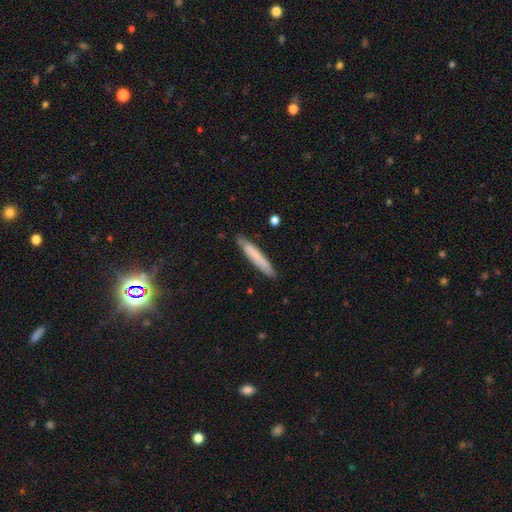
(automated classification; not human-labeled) Smooth or featured? Predicted: smooth (p=0.75). How rounded? Predicted: cigar-shaped (p=0.93). Merging? Predicted: none (p=0.84).